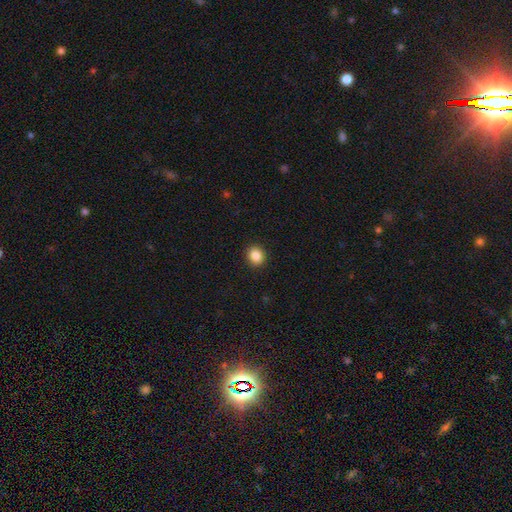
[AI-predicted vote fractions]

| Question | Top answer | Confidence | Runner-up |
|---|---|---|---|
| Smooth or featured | smooth | 87% | star or artifact (9%) |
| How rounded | round | 77% | in between (22%) |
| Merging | none | 92% | minor disturbance (5%) |